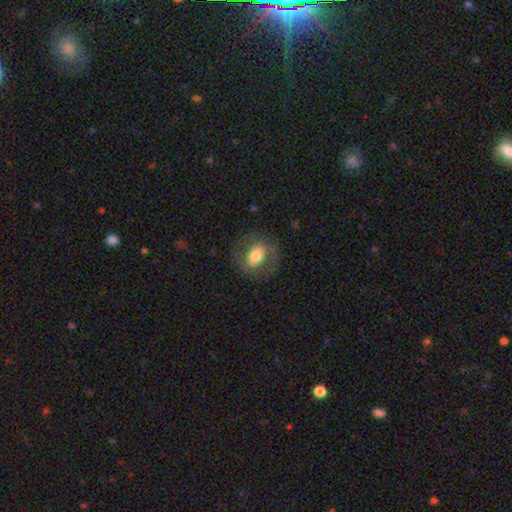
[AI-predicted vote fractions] This is possibly a smooth galaxy (51%). How rounded: possibly in between (52%). Merging: likely none (74%).